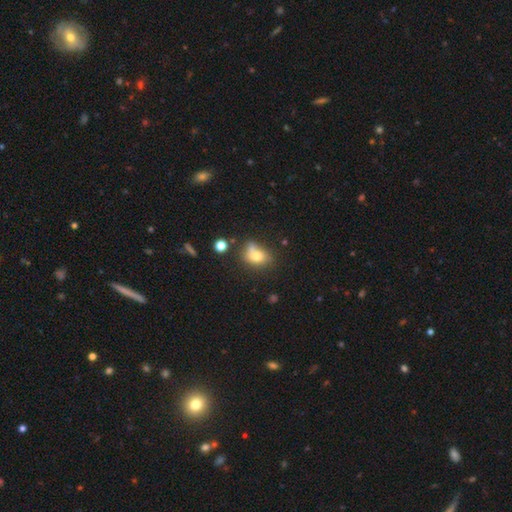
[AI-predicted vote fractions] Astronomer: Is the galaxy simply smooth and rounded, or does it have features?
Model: smooth — 73%.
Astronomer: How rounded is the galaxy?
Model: in between — 54% (runner-up: round, 44%).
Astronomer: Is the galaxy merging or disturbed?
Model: none — 45% (runner-up: merger, 25%).